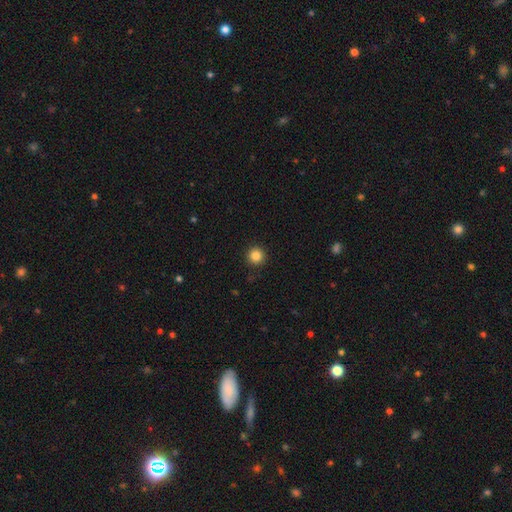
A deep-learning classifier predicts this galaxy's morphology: This appears to be a smooth galaxy with no disk features (85%) that is round (96%). Merging: none (92%).